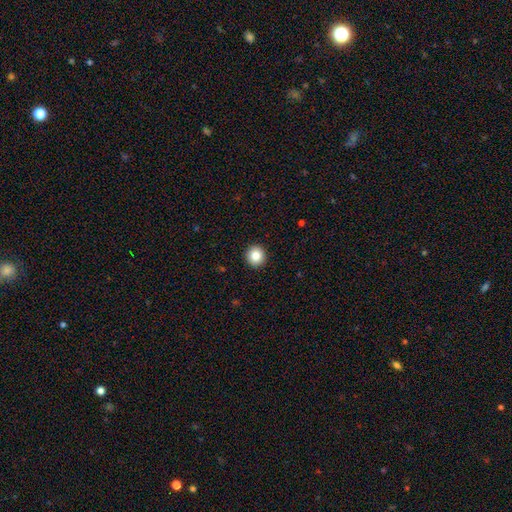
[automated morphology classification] type=smooth (85%); roundness=round (92%); merging=none (93%).